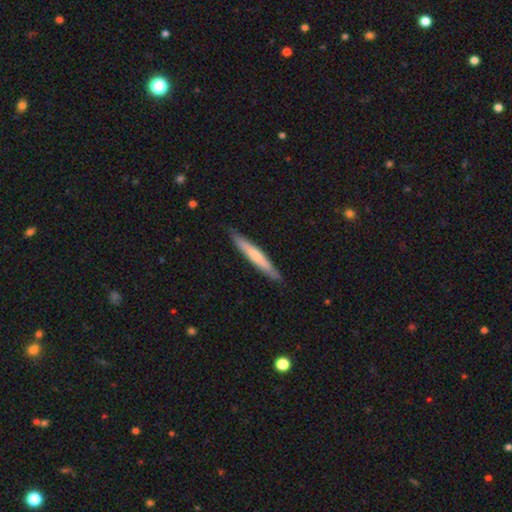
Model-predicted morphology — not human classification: smooth_or_featured: smooth (p=0.61) [alt: featured or disk p=0.34]
how_rounded: cigar-shaped (p=0.95) [alt: in between p=0.04]
merging: none (p=0.87) [alt: minor disturbance p=0.10]